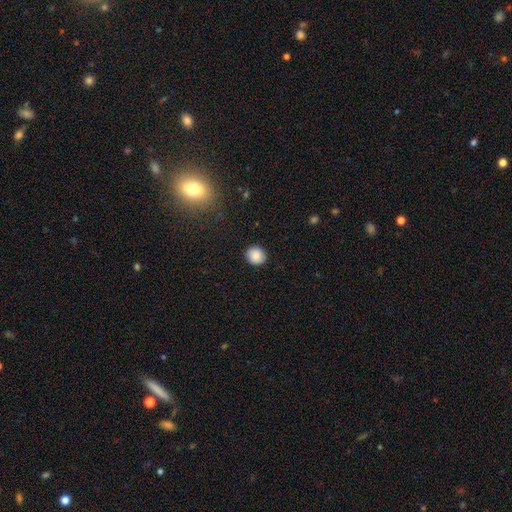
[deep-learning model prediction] Q: Smooth or featured?
A: smooth (86%); runner-up: star or artifact (9%)
Q: How rounded?
A: round (81%); runner-up: in between (18%)
Q: Merging?
A: none (90%); runner-up: minor disturbance (7%)